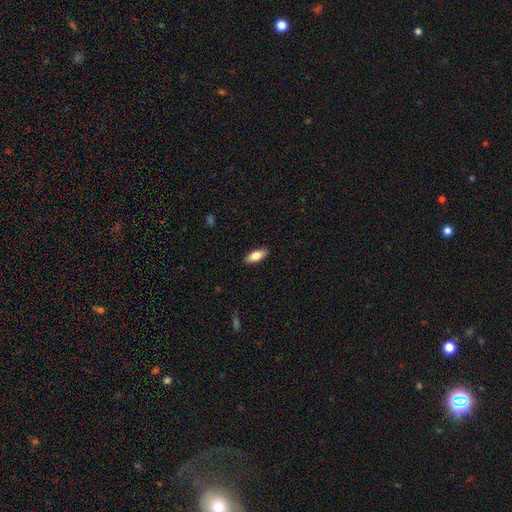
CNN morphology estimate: smooth_or_featured: smooth (p=0.78) [alt: featured or disk p=0.16]
how_rounded: in between (p=0.80) [alt: cigar-shaped p=0.18]
merging: none (p=0.89) [alt: minor disturbance p=0.08]